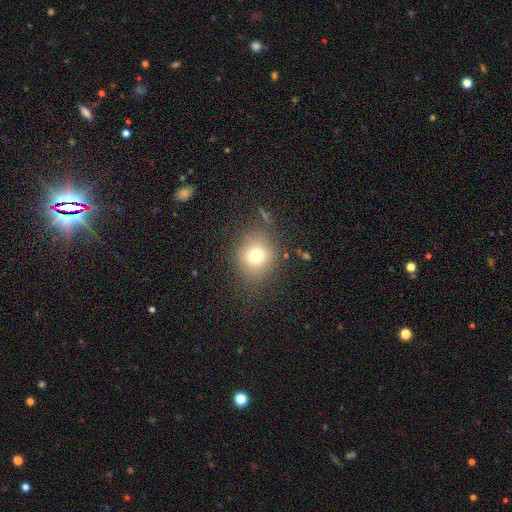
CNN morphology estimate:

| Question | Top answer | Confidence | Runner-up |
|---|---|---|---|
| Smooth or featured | smooth | 74% | star or artifact (15%) |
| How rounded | round | 73% | in between (26%) |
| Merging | none | 77% | minor disturbance (14%) |